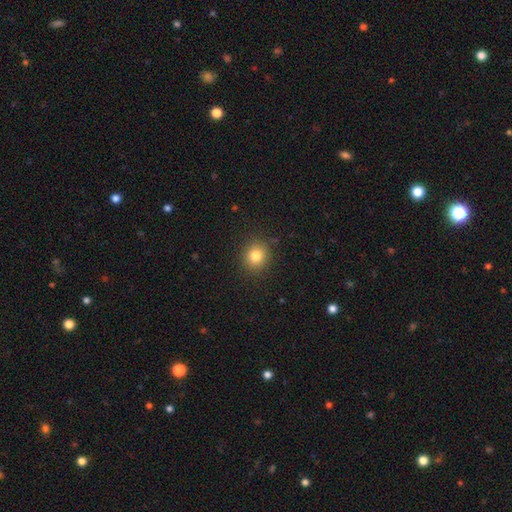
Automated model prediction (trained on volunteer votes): Q: Smooth or featured?
A: smooth (81%); runner-up: star or artifact (12%)
Q: How rounded?
A: round (83%); runner-up: in between (16%)
Q: Merging?
A: none (89%); runner-up: minor disturbance (8%)